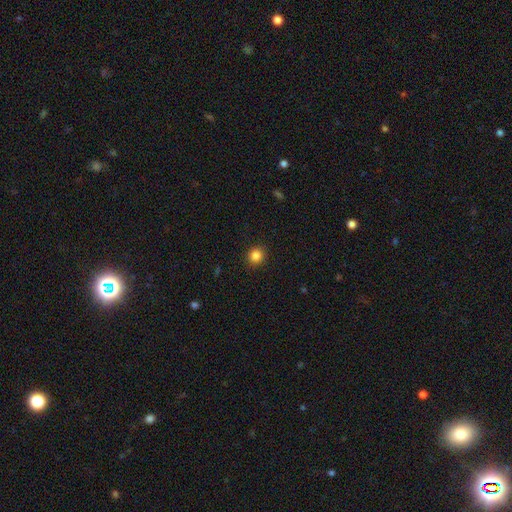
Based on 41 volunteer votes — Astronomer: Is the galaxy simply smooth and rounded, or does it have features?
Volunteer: smooth — 88%.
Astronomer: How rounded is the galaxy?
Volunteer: round — 86%.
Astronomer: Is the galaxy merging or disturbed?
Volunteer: none — 84%.